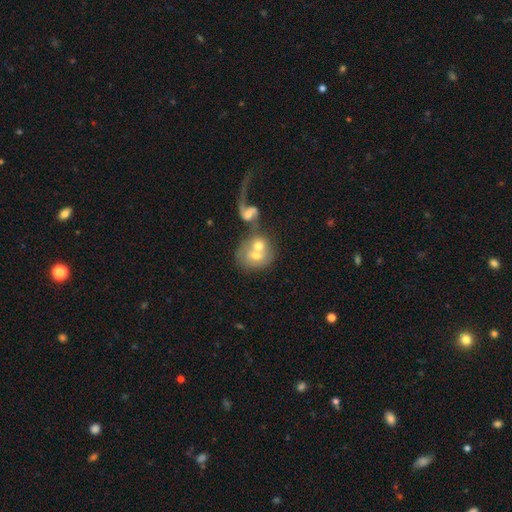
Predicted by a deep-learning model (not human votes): Q: Smooth or featured?
A: smooth (47%); runner-up: featured or disk (44%)
Q: Merging?
A: merger (68%); runner-up: none (19%)